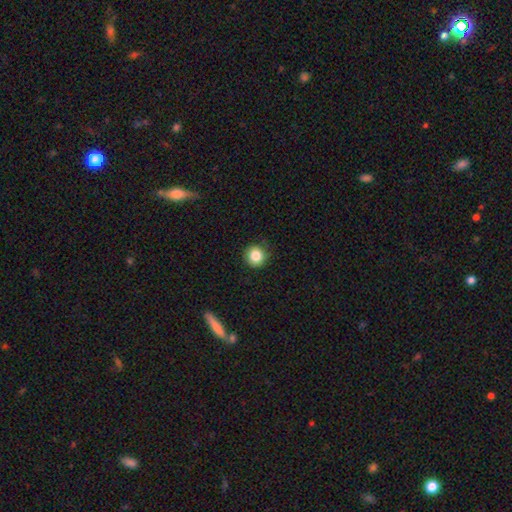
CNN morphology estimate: The model was most divided on "smooth or featured": smooth: 84%, star or artifact: 10%, featured or disk: 6%. More confident: how rounded — round (91%); merging — none (86%).